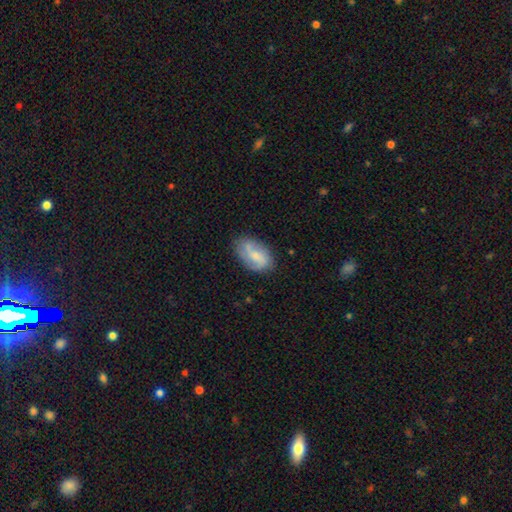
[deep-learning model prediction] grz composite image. It shows a featured or disk galaxy (55%) with no bar (46%), spiral arms (87%) and a small central bulge (43%). Merging: none (72%).